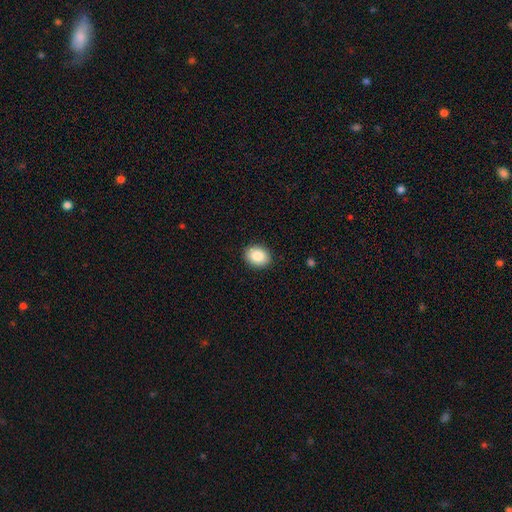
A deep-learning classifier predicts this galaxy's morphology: type=smooth (86%); roundness=in between (53%); merging=none (90%).